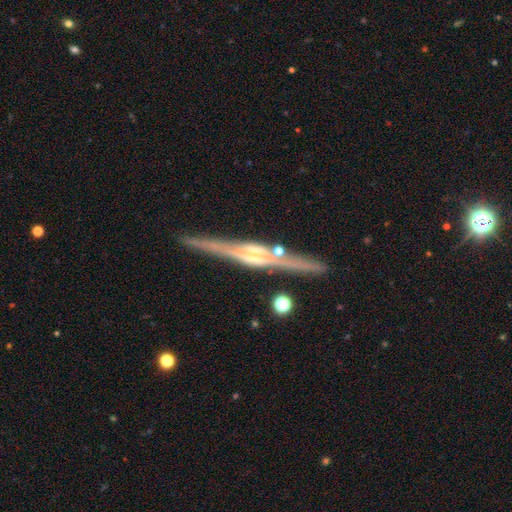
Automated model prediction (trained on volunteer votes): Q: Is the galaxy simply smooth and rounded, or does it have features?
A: featured or disk — 86%.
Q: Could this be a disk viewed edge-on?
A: yes — 97%.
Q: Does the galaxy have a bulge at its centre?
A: rounded — 68%.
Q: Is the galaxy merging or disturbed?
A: none — 81%.